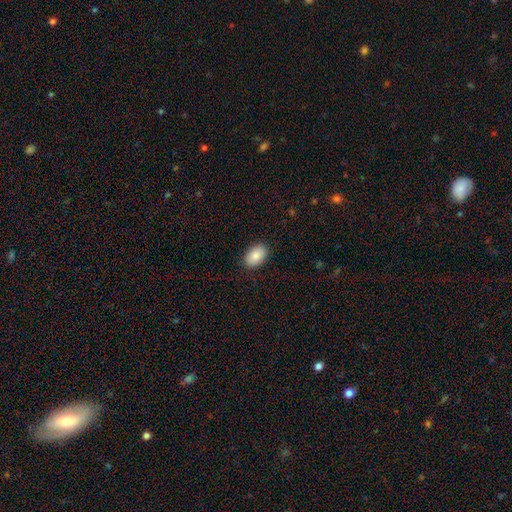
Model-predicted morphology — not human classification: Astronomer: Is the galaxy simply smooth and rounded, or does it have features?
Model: smooth — 87%.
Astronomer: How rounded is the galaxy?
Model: in between — 91%.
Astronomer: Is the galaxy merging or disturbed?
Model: none — 89%.